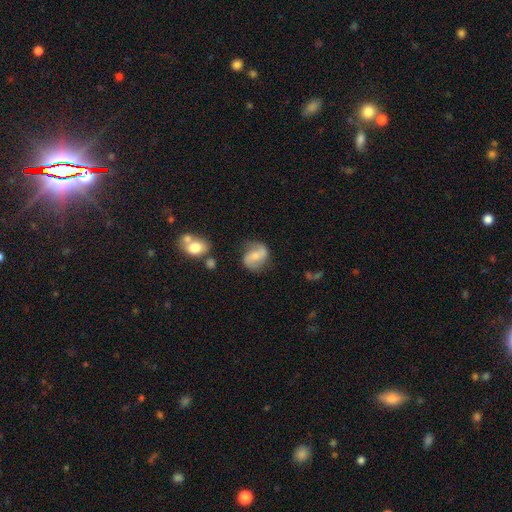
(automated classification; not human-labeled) smooth-or-featured: featured or disk: 60% | smooth: 33% | star or artifact: 7%
  disk-edge-on: no: 97% | yes: 3%
    bar: weak: 41% | no: 36% | strong: 23%
    has-spiral-arms: yes: 87% | no: 13%
      spiral-winding: loose: 44% | medium: 40% | tight: 16%
      spiral-arm-count: 2: 88% | can't tell: 6% | 1: 3% | 3: 1% | 4: 1% | more than 4: 1%
    bulge-size: small: 44% | moderate: 41% | none: 10% | large: 3% | dominant: 1%
  merging: none: 69% | minor disturbance: 20% | major disturbance: 7% | merger: 4%